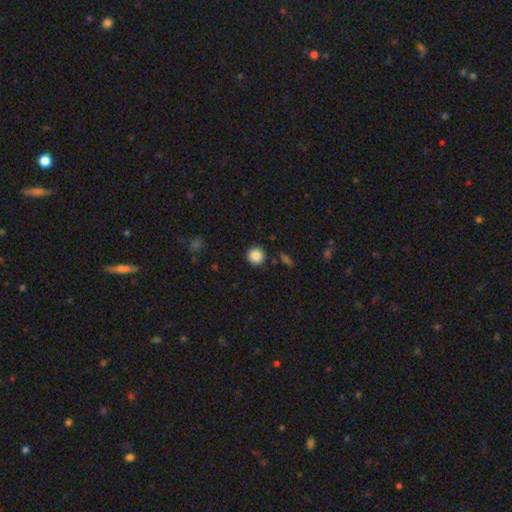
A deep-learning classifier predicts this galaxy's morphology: The model was most divided on "smooth or featured": smooth: 87%, star or artifact: 9%, featured or disk: 3%. More confident: how rounded — round (95%); merging — none (91%).